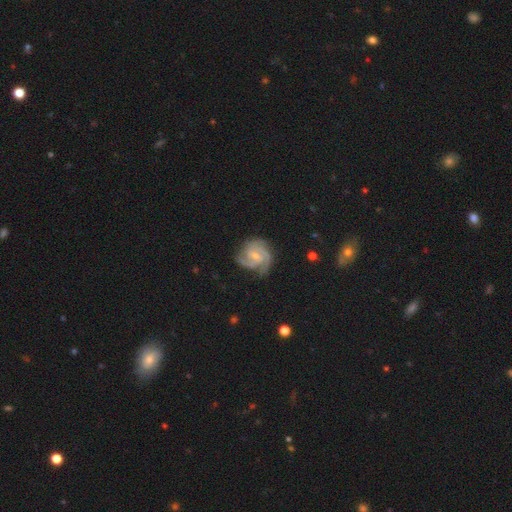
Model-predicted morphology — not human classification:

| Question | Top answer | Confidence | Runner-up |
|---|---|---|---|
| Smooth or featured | featured or disk | 90% | smooth (6%) |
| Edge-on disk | no | 98% | yes (2%) |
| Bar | weak | 48% | no (41%) |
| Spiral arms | yes | 98% | no (2%) |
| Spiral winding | tight | 56% | medium (39%) |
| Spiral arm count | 3 | 58% | 2 (16%) |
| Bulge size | small | 62% | moderate (32%) |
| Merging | none | 72% | minor disturbance (20%) |